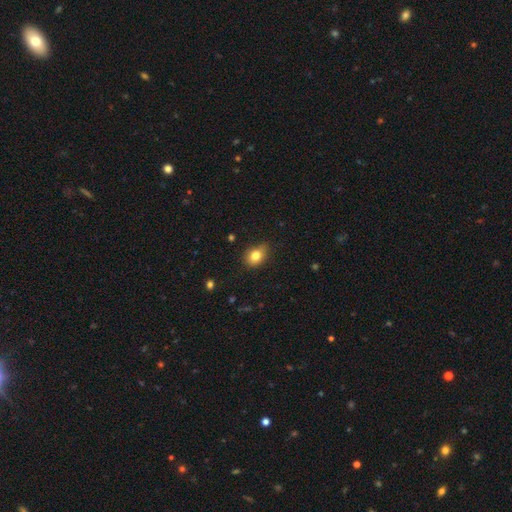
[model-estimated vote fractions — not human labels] Smooth or featured: smooth — 80% (star or artifact — 10%)
How rounded: in between — 58% (round — 41%)
Merging: none — 71% (minor disturbance — 24%)